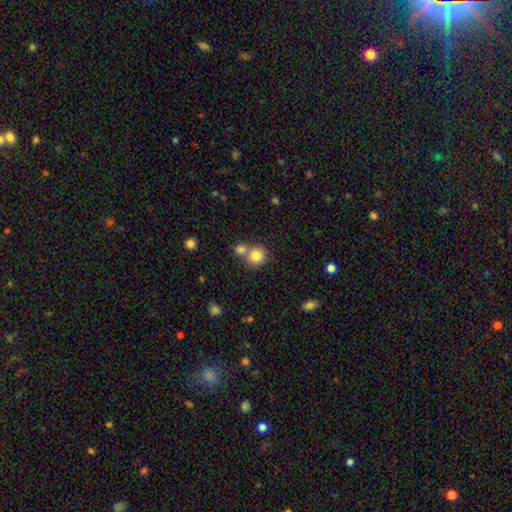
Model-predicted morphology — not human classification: This is clearly a smooth galaxy (82%). How rounded: clearly round (85%). Merging: possibly none (55%).